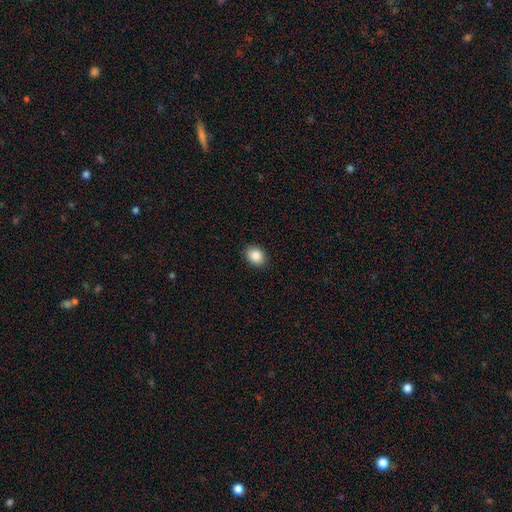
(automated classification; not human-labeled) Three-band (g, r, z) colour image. It shows a smooth galaxy with no disk features (88%) that is in between round and cigar-shaped (58%). Merging: none (89%).